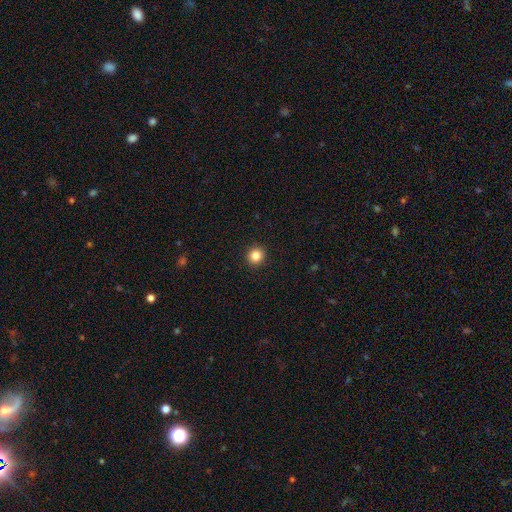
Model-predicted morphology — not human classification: The model was most divided on "smooth or featured": smooth: 85%, star or artifact: 11%, featured or disk: 4%. More confident: merging — none (93%); how rounded — round (92%).